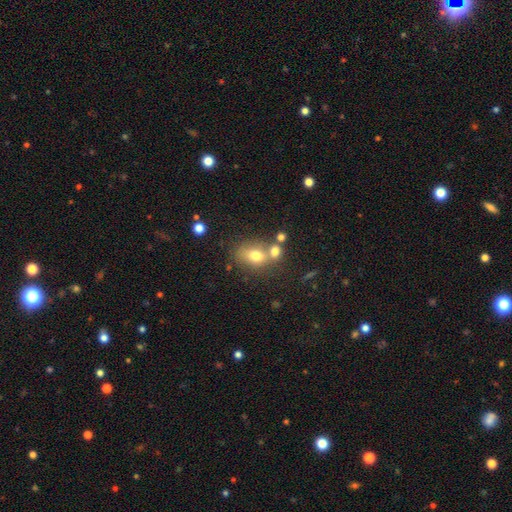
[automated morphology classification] type=smooth (72%); roundness=in between (59%); merging=none (46%).